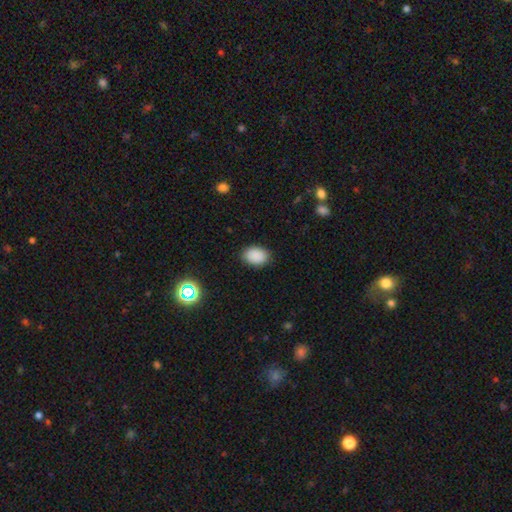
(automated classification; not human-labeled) The model was most divided on "how rounded": in between: 78%, round: 21%, cigar-shaped: 1%. More confident: smooth or featured — smooth (88%); merging — none (87%).